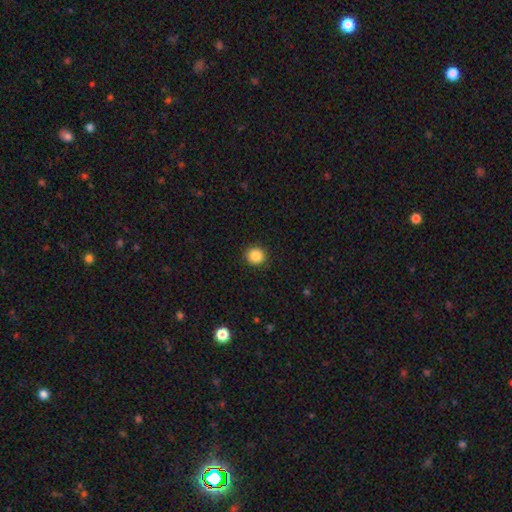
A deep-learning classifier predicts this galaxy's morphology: A smooth galaxy with no disk features (87%) that is round (93%). Merging: none (92%).